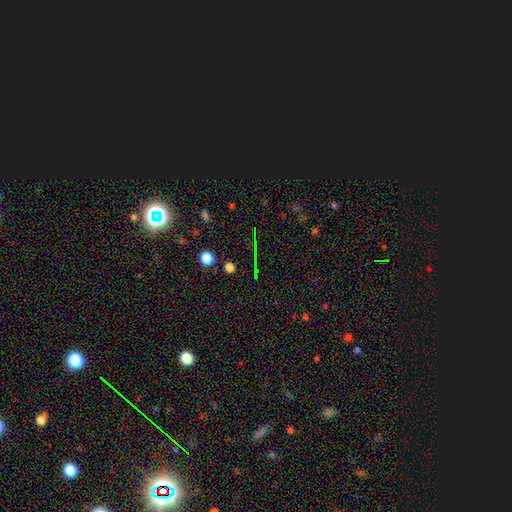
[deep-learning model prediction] Q: Smooth or featured?
A: star or artifact (68%); runner-up: smooth (19%)